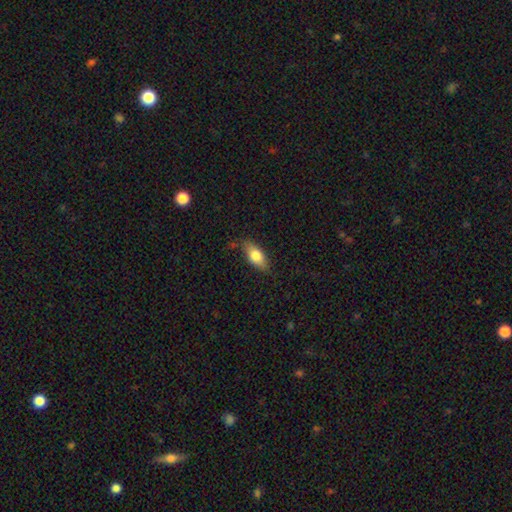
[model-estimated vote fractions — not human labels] Morphology: type=smooth (74%); roundness=in between (83%); merging=none (77%).